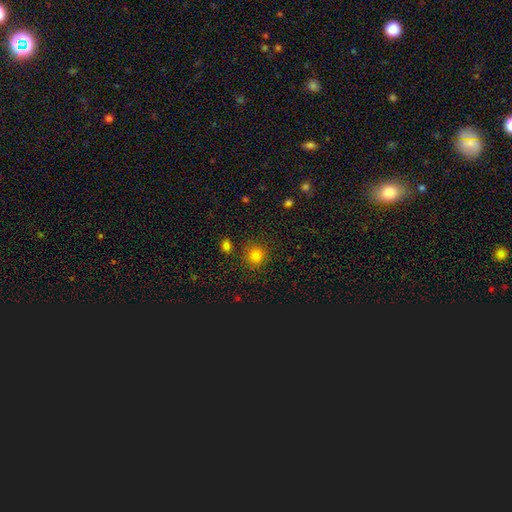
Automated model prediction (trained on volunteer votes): Q: Smooth or featured?
A: smooth (78%); runner-up: star or artifact (16%)
Q: How rounded?
A: round (90%); runner-up: in between (9%)
Q: Merging?
A: none (85%); runner-up: minor disturbance (8%)